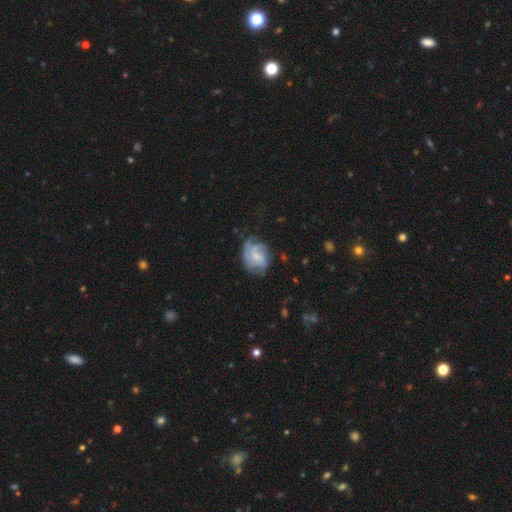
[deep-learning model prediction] Q: Smooth or featured?
A: featured or disk (65%); runner-up: smooth (27%)
Q: Edge-on disk?
A: no (97%); runner-up: yes (3%)
Q: Bar?
A: no (53%); runner-up: weak (39%)
Q: Spiral arms?
A: yes (90%); runner-up: no (10%)
Q: Spiral winding?
A: tight (43%); runner-up: medium (39%)
Q: Spiral arm count?
A: 2 (28%); runner-up: can't tell (27%)
Q: Bulge size?
A: small (41%); runner-up: none (31%)
Q: Merging?
A: none (58%); runner-up: minor disturbance (24%)